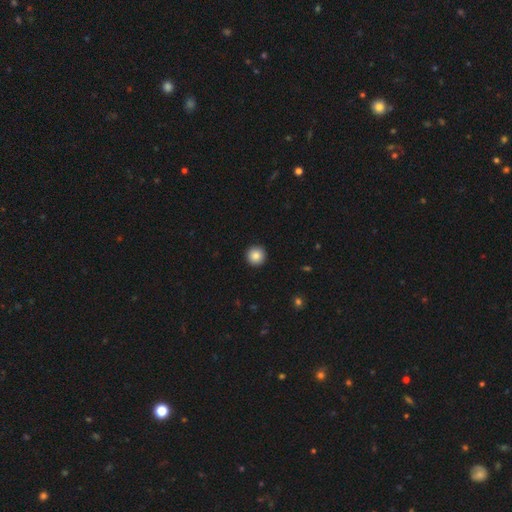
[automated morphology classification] smooth 86%, star or artifact 9%, featured or disk 5%. Down the decision tree: how rounded — round (96%); merging — none (94%).